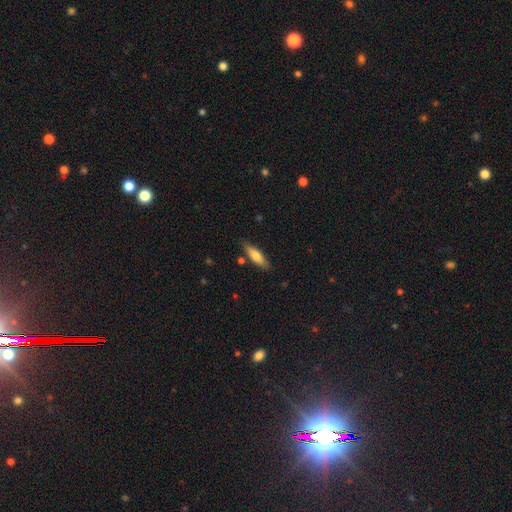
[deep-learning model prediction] Overall: smooth (66%; featured or disk 28%). How rounded: cigar-shaped (59%; in between 39%). Merging: none (82%).